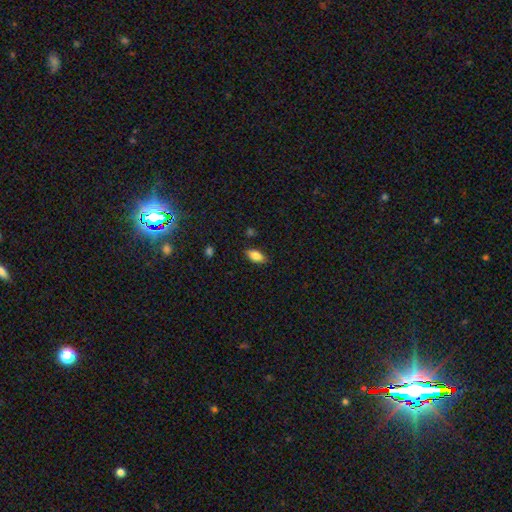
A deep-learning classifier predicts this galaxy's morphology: A smooth galaxy with no disk features (83%) that is in between round and cigar-shaped (89%).

Vote fractions:
- Smooth or featured? smooth: 83% / featured or disk: 9% / star or artifact: 8%
- How rounded? in between: 89% / cigar-shaped: 8% / round: 3%
- Merging? none: 85% / minor disturbance: 11% / major disturbance: 2% / merger: 2%